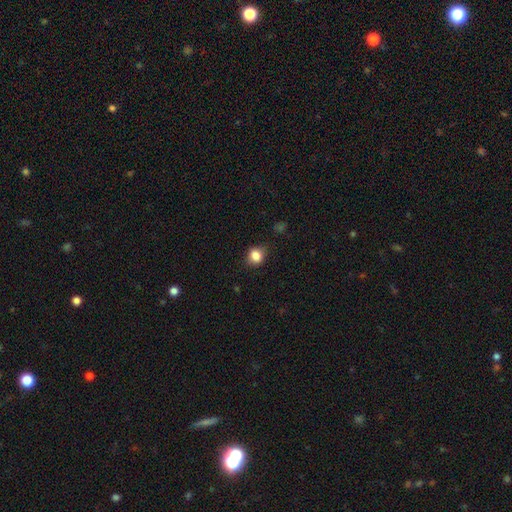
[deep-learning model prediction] Smooth or featured? Predicted: smooth (p=0.83). How rounded? Predicted: round (p=0.64). Merging? Predicted: none (p=0.78).